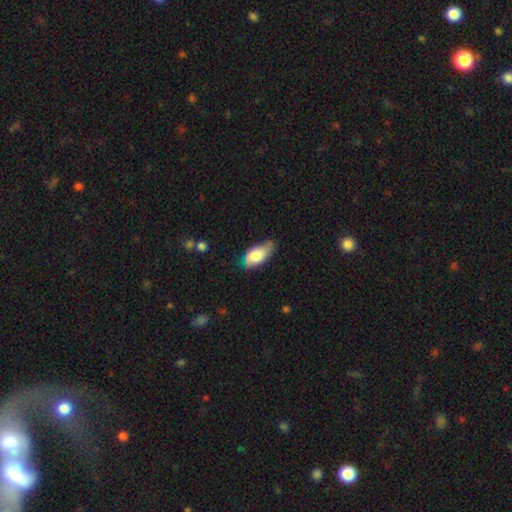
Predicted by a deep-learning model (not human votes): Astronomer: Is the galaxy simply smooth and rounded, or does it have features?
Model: smooth — 73%.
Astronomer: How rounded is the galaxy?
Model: in between — 90%.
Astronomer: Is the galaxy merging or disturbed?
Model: none — 45% (runner-up: minor disturbance, 42%).